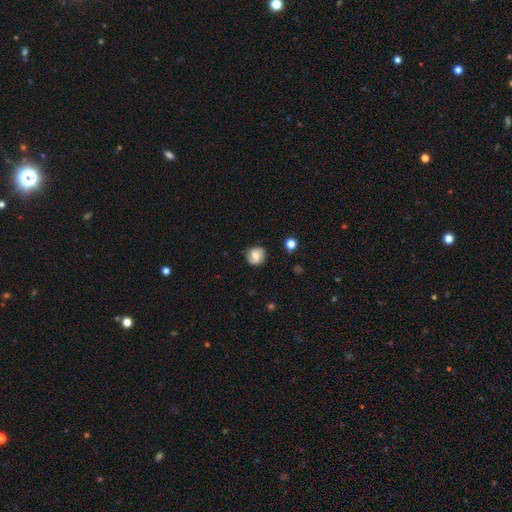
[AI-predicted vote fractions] Smooth or featured? smooth (64%)
How rounded? round (79%)
Merging? none (77%)